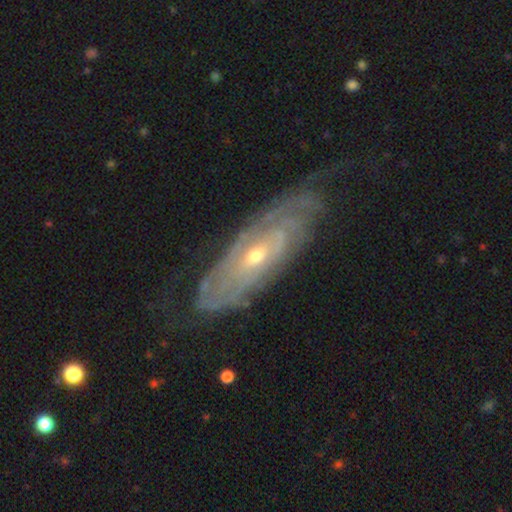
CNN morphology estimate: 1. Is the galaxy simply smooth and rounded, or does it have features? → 84% featured or disk, 10% smooth, 6% star or artifact.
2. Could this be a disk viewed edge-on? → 83% no, 17% yes.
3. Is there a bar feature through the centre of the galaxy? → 65% no, 27% weak, 8% strong.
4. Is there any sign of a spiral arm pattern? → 89% yes, 11% no.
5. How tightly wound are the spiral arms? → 77% tight, 18% medium, 5% loose.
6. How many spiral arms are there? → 59% can't tell, 18% 2, 8% 3, 6% 4, 5% more than 4, 4% 1.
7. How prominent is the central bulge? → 55% small, 42% moderate, 1% large, 1% none, 1% dominant.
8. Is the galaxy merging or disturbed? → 70% none, 20% minor disturbance, 8% major disturbance, 2% merger.